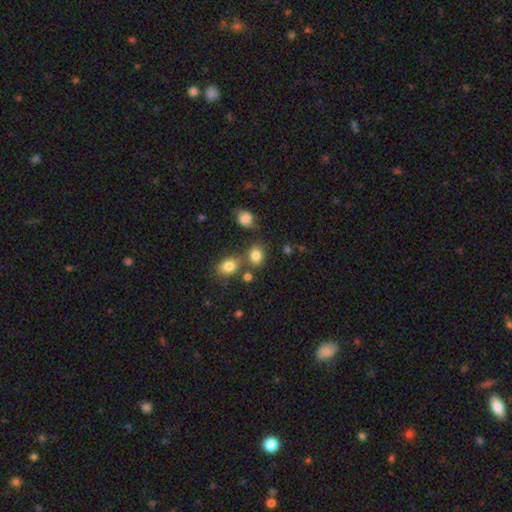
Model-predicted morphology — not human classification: This appears to be a smooth galaxy with no disk features (81%) that is round (53%). Merging: none (65%).